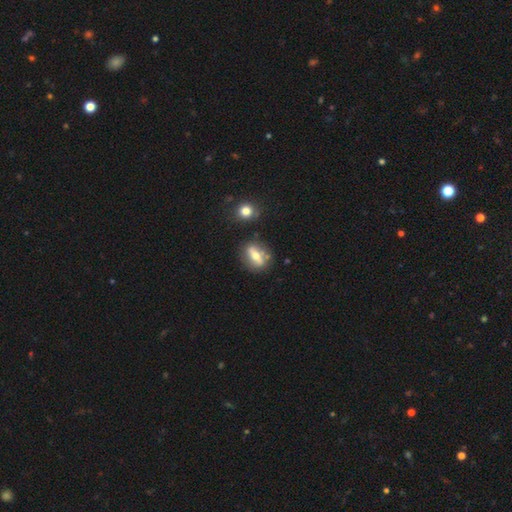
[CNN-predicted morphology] Smooth or featured? Predicted: featured or disk (p=0.52). Edge-on disk? Predicted: no (p=0.53). Merging? Predicted: none (p=0.74).